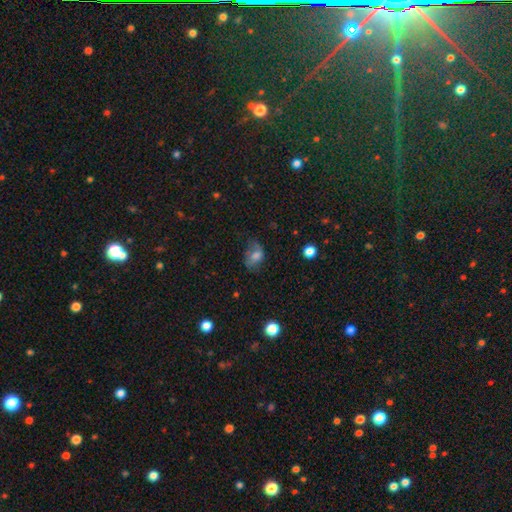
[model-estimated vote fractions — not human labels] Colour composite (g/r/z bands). It shows a smooth galaxy with no disk features (63%) that is in between round and cigar-shaped (79%). Merging: none (46%).